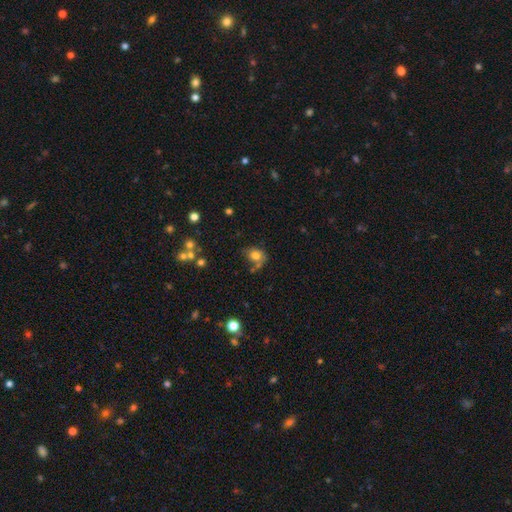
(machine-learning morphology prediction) smooth_or_featured: smooth (p=0.76) [alt: featured or disk p=0.13]
how_rounded: round (p=0.52) [alt: in between p=0.47]
merging: none (p=0.52) [alt: minor disturbance p=0.22]